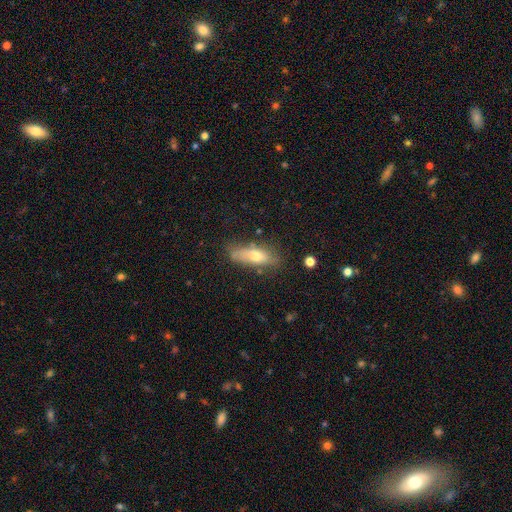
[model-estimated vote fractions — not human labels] smooth-or-featured: smooth: 61% | featured or disk: 30% | star or artifact: 8%
  how-rounded: in between: 58% | cigar-shaped: 39% | round: 3%
  merging: none: 60% | minor disturbance: 26% | major disturbance: 9% | merger: 5%